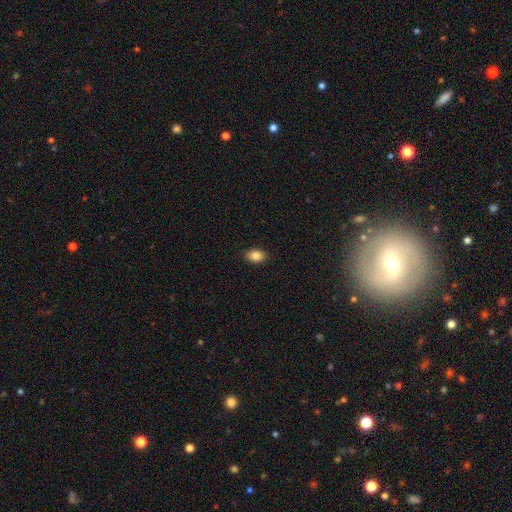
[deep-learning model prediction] Overall: smooth (85%). How rounded: in between (88%). Merging: none (90%).